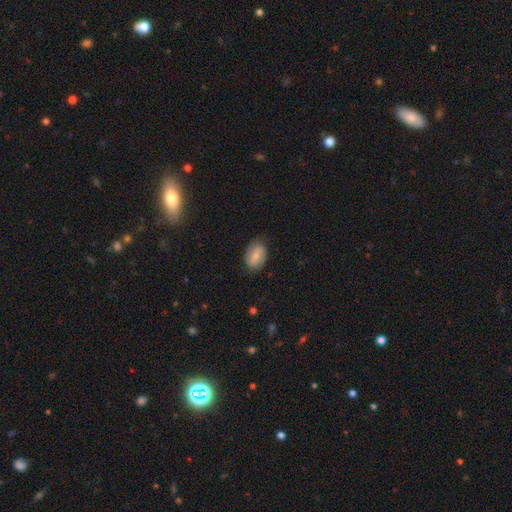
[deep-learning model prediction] A smooth galaxy with no disk features (64%) that is in between round and cigar-shaped (79%).

Vote fractions:
- Smooth or featured? smooth: 64% / featured or disk: 29% / star or artifact: 7%
- How rounded? in between: 79% / round: 19% / cigar-shaped: 1%
- Merging? none: 76% / minor disturbance: 19% / major disturbance: 5% / merger: 1%